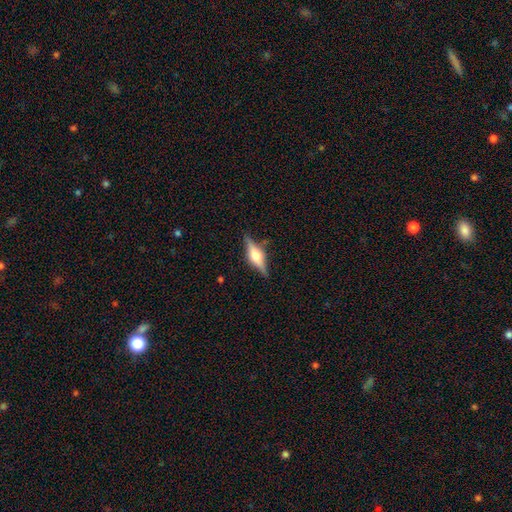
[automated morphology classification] smooth_or_featured: featured or disk (p=0.69) [alt: smooth p=0.24]
disk_edge_on: yes (p=0.96) [alt: no p=0.04]
edge_on_bulge: rounded (p=0.89) [alt: boxy p=0.09]
merging: none (p=0.85) [alt: minor disturbance p=0.11]